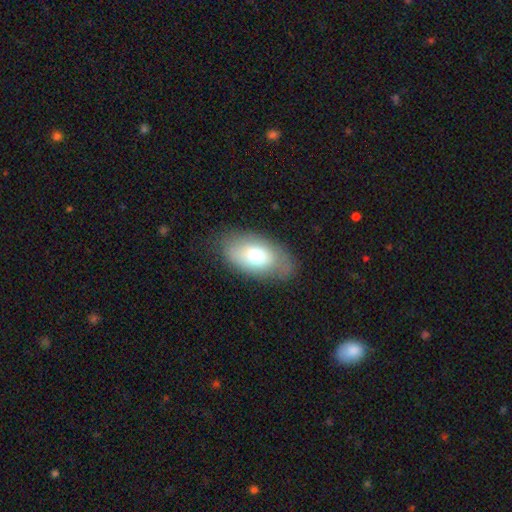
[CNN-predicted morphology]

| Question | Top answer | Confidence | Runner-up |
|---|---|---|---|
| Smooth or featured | smooth | 68% | featured or disk (23%) |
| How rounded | in between | 90% | round (8%) |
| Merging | none | 72% | minor disturbance (19%) |